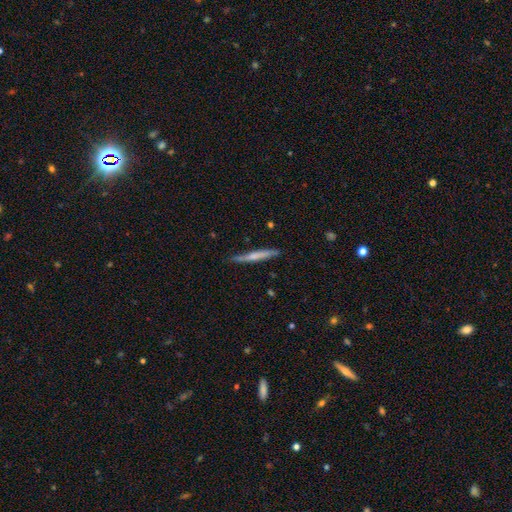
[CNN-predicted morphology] This appears to be a smooth galaxy with no disk features (51%) that is cigar-shaped (96%). Merging: none (85%).